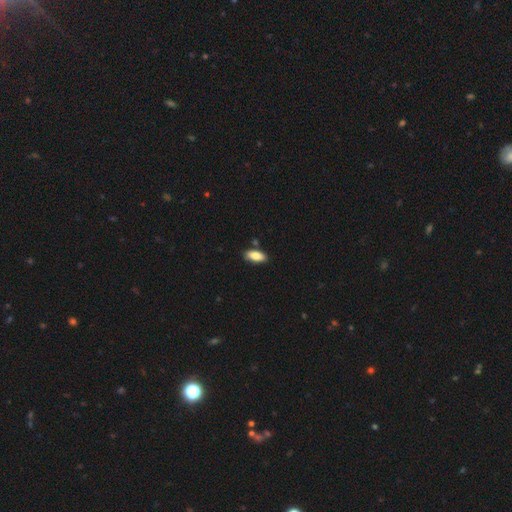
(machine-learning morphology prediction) This appears to be a smooth galaxy with no disk features (83%) that is in between round and cigar-shaped (84%). Merging: none (84%).